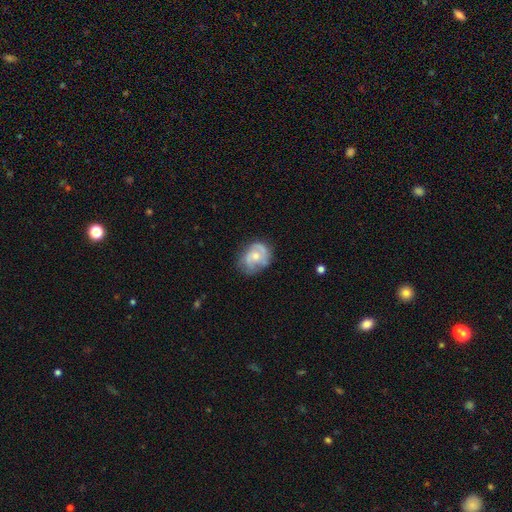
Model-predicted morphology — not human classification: Smooth or featured? featured or disk (58%)
Edge-on disk? no (97%)
Bar? no (76%)
Spiral arms? yes (73%)
Bulge size? moderate (49%)
Merging? none (55%)